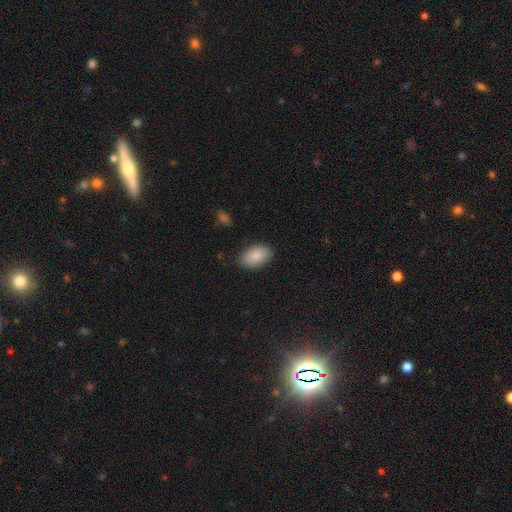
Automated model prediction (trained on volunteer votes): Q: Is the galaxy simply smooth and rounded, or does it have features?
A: smooth — 86%.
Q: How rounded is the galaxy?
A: in between — 93%.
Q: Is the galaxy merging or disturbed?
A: none — 86%.